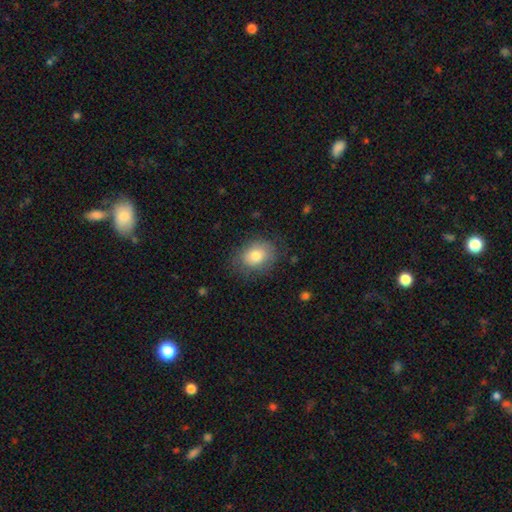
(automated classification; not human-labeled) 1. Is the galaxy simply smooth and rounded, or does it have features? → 79% smooth, 13% featured or disk, 8% star or artifact.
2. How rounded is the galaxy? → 59% in between, 40% round, 1% cigar-shaped.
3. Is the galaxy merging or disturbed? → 75% none, 17% minor disturbance, 6% major disturbance, 1% merger.